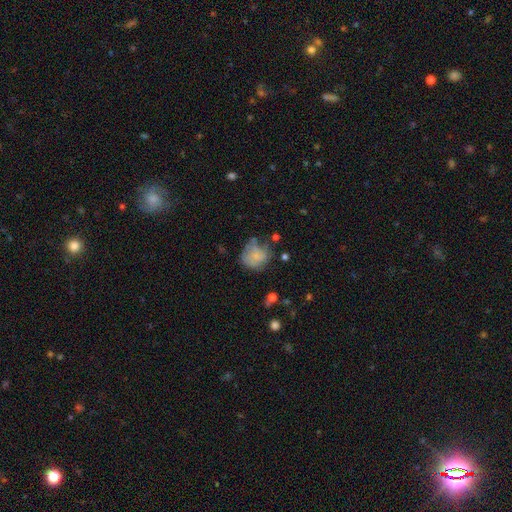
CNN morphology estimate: This is likely a smooth galaxy (67%). How rounded: likely round (68%). Merging: marginally none (42%).